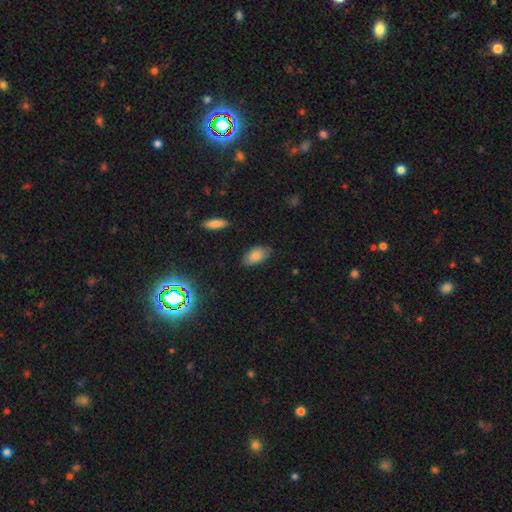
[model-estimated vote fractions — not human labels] smooth_or_featured: smooth (p=0.83) [alt: featured or disk p=0.09]
how_rounded: in between (p=0.94) [alt: round p=0.04]
merging: none (p=0.80) [alt: minor disturbance p=0.15]